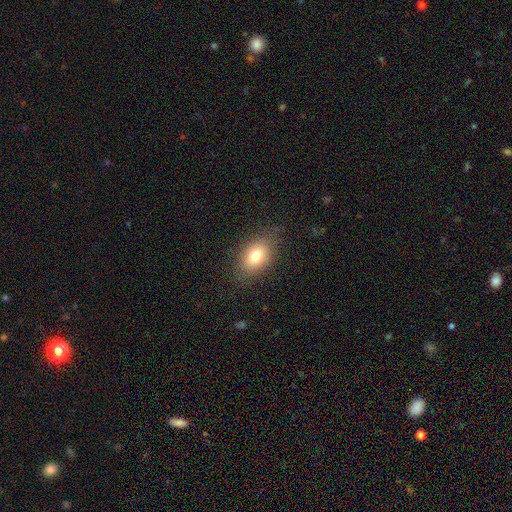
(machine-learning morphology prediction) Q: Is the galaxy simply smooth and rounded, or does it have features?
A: smooth — 77%.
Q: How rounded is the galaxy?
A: in between — 79%.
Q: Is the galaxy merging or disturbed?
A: none — 81%.